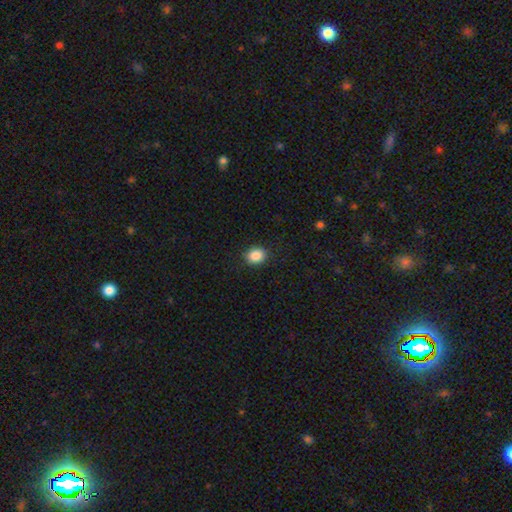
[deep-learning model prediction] Smooth or featured? smooth (88%)
How rounded? round (67%)
Merging? none (90%)